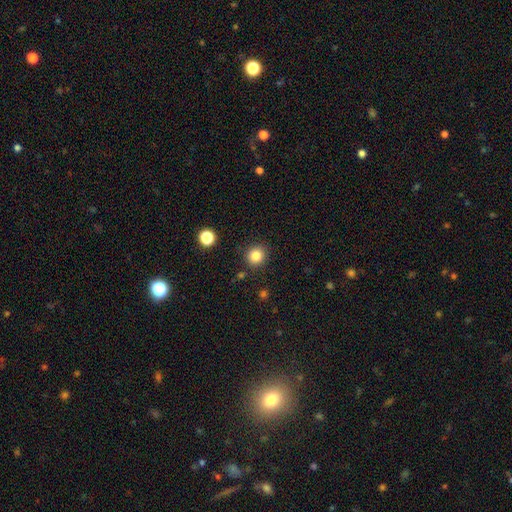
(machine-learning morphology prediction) smooth 83%, star or artifact 12%, featured or disk 5%. Down the decision tree: how rounded — round (88%); merging — none (89%).